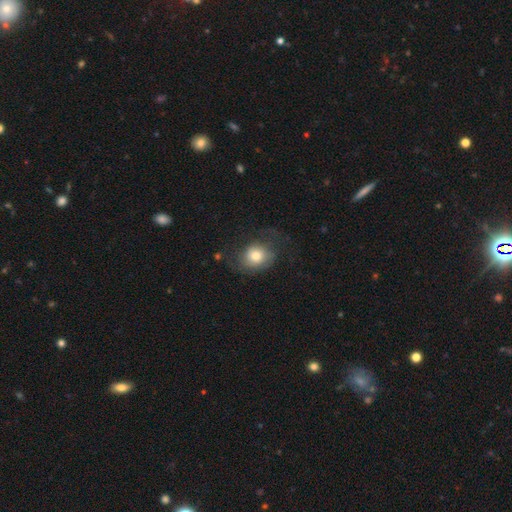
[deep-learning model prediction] Overall: smooth (70%). How rounded: round (58%; in between 41%). Merging: none (51%; minor disturbance 25%).